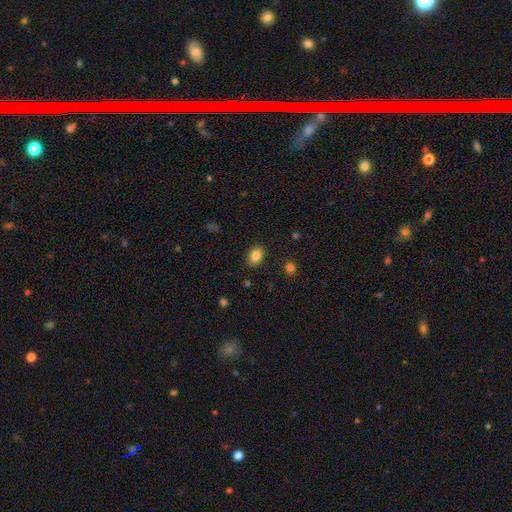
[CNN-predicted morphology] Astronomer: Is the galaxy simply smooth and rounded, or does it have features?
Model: smooth — 85%.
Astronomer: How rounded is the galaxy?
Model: in between — 73%.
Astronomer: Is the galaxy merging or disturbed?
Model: none — 88%.